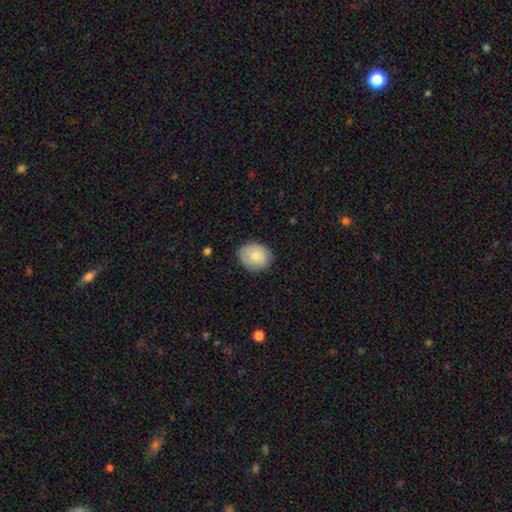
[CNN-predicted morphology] type=smooth (80%); roundness=round (61%); merging=none (82%).